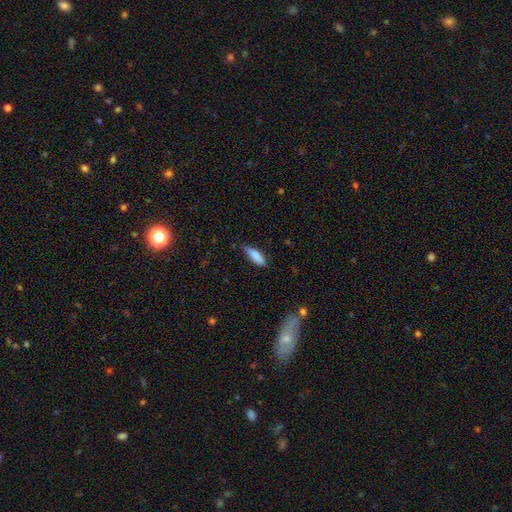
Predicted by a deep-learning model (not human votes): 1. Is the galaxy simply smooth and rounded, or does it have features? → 85% smooth, 8% featured or disk, 6% star or artifact.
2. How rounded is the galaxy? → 58% in between, 40% cigar-shaped, 2% round.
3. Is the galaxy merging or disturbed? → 71% none, 23% minor disturbance, 4% major disturbance, 2% merger.